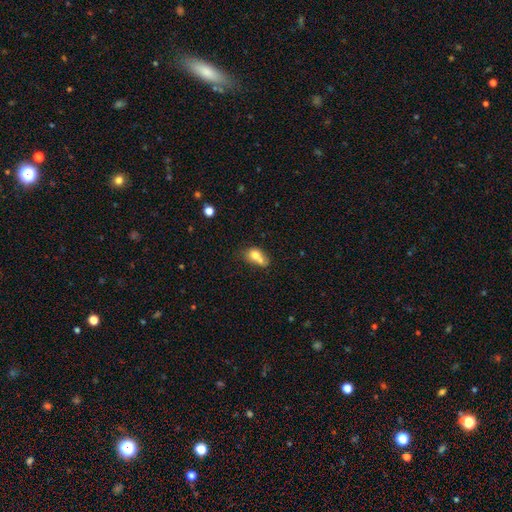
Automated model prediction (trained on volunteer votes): This is likely a smooth galaxy (70%). How rounded: likely in between (64%). Merging: possibly merger (55%).